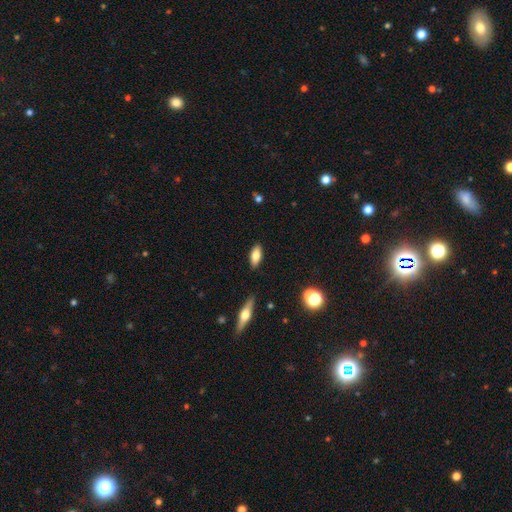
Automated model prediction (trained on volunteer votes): This is likely a smooth galaxy (76%). How rounded: clearly in between (81%). Merging: clearly none (87%).